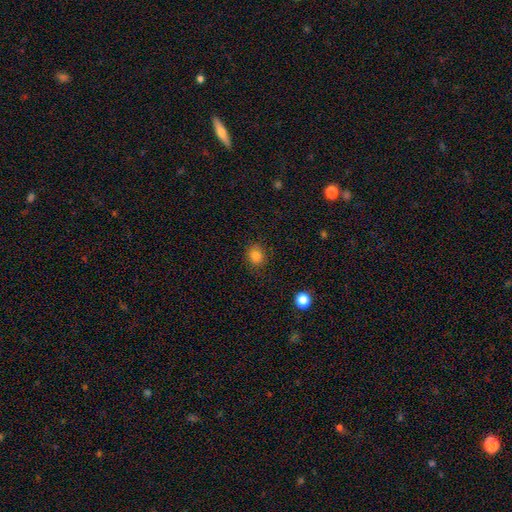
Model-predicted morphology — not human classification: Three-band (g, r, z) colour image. It shows a smooth galaxy with no disk features (82%) that is round (76%). Merging: none (87%).